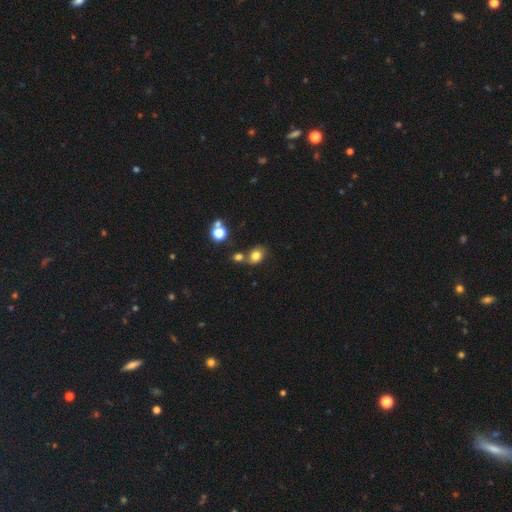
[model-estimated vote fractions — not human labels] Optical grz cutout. It shows a smooth galaxy with no disk features (78%) that is in between round and cigar-shaped (53%). Merging: none (61%).